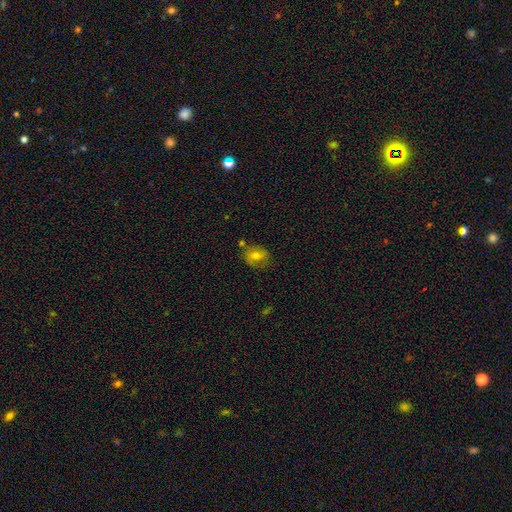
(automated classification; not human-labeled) A smooth galaxy with no disk features (62%) that is round (54%). Merging: none (63%).